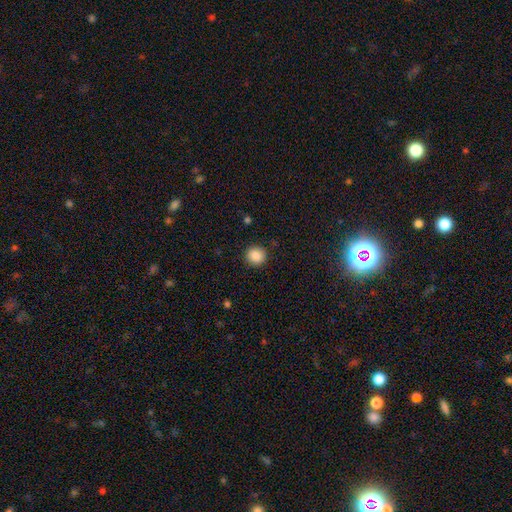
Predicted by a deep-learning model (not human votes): smooth_or_featured: smooth (p=0.88) [alt: star or artifact p=0.09]
how_rounded: round (p=0.91) [alt: in between p=0.08]
merging: none (p=0.91) [alt: minor disturbance p=0.06]